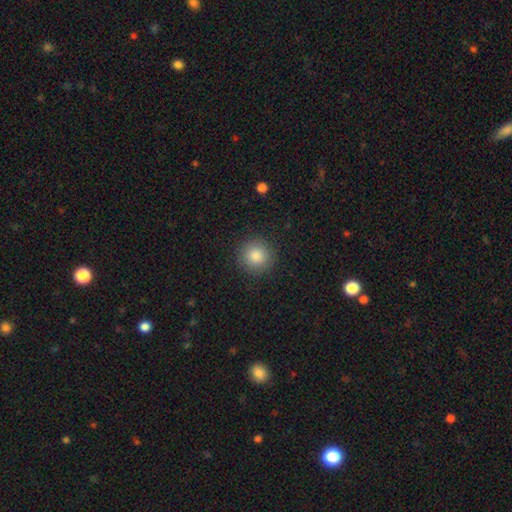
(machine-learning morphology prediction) smooth_or_featured: smooth (p=0.85) [alt: star or artifact p=0.10]
how_rounded: round (p=0.94) [alt: in between p=0.05]
merging: none (p=0.91) [alt: minor disturbance p=0.06]